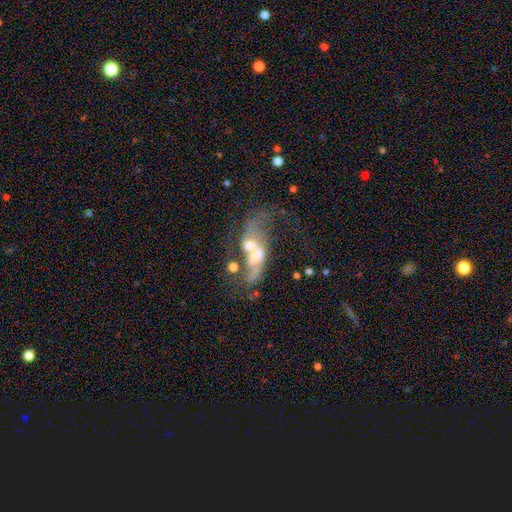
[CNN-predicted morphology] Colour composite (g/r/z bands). It shows a featured or disk galaxy (58%) with no bar (72%), no spiral arms (62%) and a moderate central bulge (52%). Merging: merger (65%).